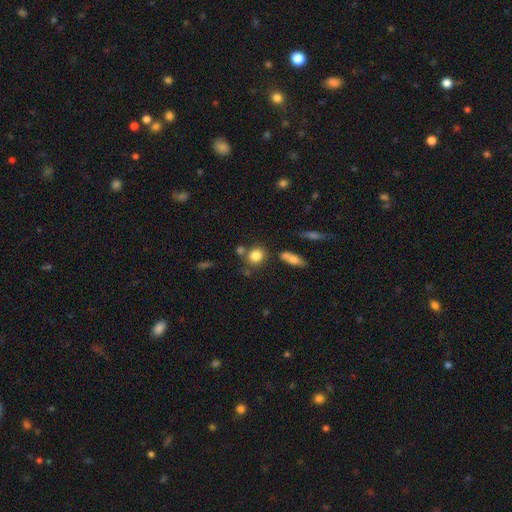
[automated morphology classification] Smooth or featured?
  - smooth: 82% *
  - star or artifact: 10%
  - featured or disk: 8%
How rounded?
  - round: 78% *
  - in between: 21%
  - cigar-shaped: 2%
Merging?
  - none: 68% *
  - merger: 16%
  - minor disturbance: 12%
  - major disturbance: 4%